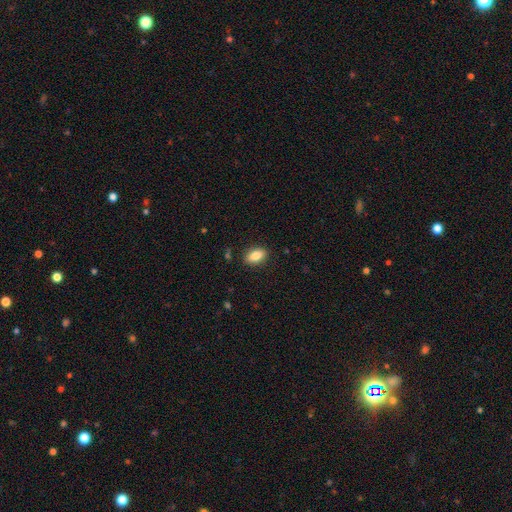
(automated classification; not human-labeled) A smooth galaxy with no disk features (85%) that is in between round and cigar-shaped (90%).

Vote fractions:
- Smooth or featured? smooth: 85% / star or artifact: 8% / featured or disk: 7%
- How rounded? in between: 90% / round: 7% / cigar-shaped: 4%
- Merging? none: 87% / minor disturbance: 9% / major disturbance: 2% / merger: 1%